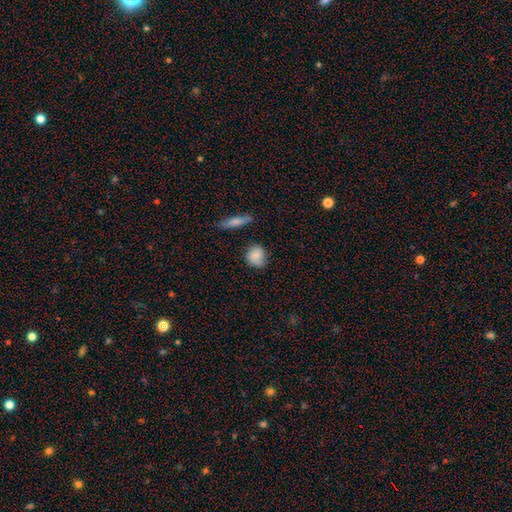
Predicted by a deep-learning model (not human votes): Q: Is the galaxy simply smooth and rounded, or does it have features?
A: smooth — 83%.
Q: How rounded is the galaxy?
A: round — 68%.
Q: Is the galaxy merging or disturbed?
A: none — 73%.